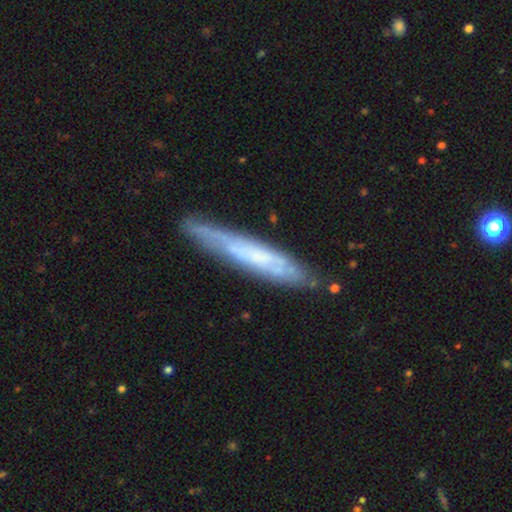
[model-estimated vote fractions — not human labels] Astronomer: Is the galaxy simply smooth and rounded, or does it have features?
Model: featured or disk — 58% (runner-up: smooth, 35%).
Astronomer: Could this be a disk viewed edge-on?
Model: yes — 70%.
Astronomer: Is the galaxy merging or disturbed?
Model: none — 76%.